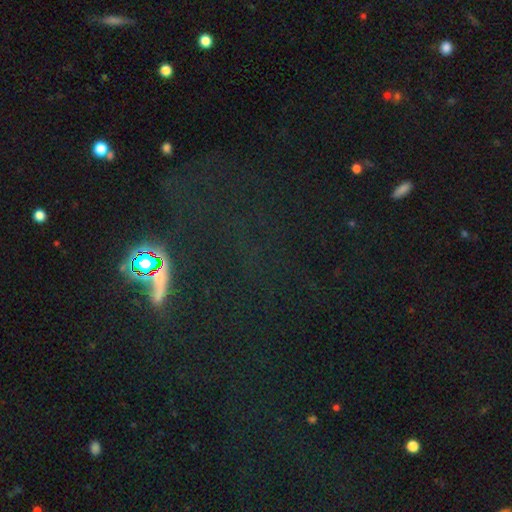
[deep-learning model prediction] star or artifact 73%, smooth 16%, featured or disk 10%.